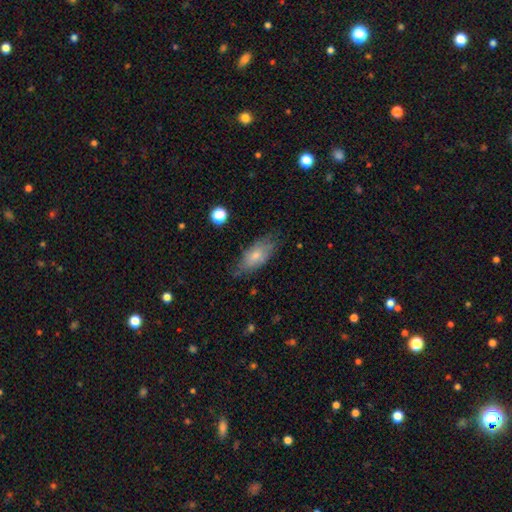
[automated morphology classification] Q: Smooth or featured?
A: smooth (65%); runner-up: featured or disk (28%)
Q: How rounded?
A: in between (84%); runner-up: cigar-shaped (13%)
Q: Merging?
A: none (66%); runner-up: minor disturbance (25%)